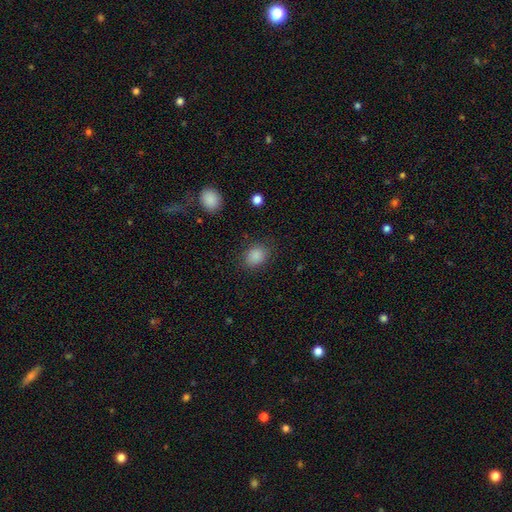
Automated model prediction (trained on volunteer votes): smooth_or_featured: smooth (p=0.86) [alt: star or artifact p=0.10]
how_rounded: in between (p=0.57) [alt: round p=0.42]
merging: none (p=0.82) [alt: minor disturbance p=0.13]